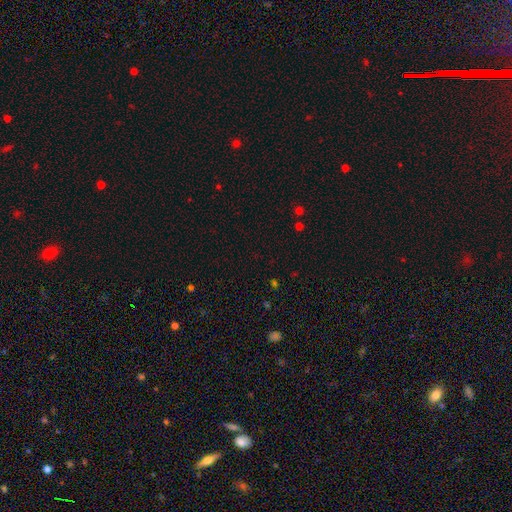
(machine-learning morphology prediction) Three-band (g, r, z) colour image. It shows a star or artifact, not a galaxy (66%).